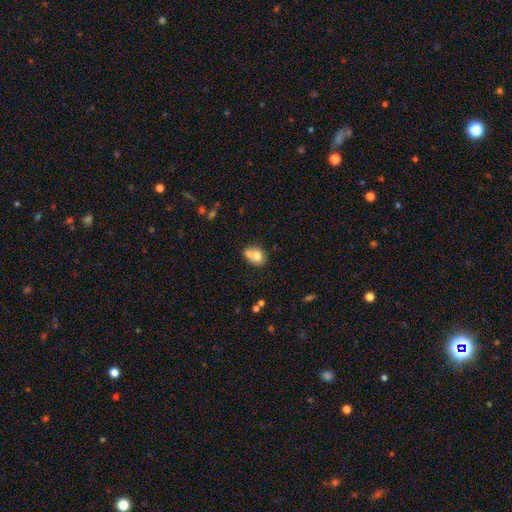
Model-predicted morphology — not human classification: smooth-or-featured: smooth: 73% | featured or disk: 18% | star or artifact: 9%
  how-rounded: in between: 50% | round: 49% | cigar-shaped: 1%
  merging: merger: 45% | none: 36% | minor disturbance: 13% | major disturbance: 5%